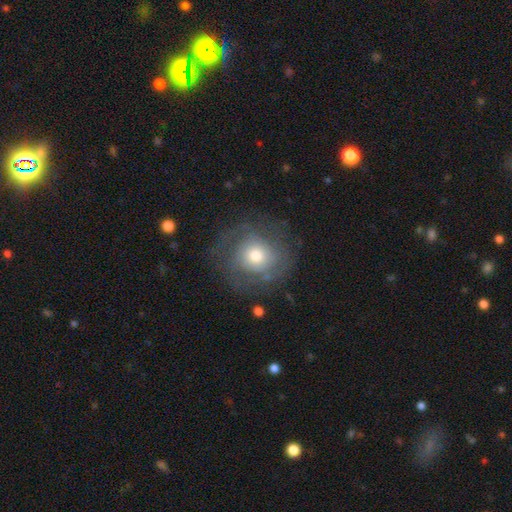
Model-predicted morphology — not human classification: smooth_or_featured: featured or disk (p=0.47) [alt: smooth p=0.44]
merging: none (p=0.69) [alt: minor disturbance p=0.16]